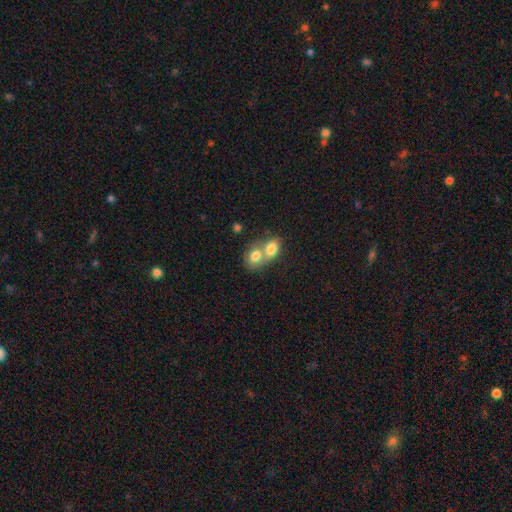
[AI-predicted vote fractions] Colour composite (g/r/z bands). It shows a smooth galaxy with no disk features (76%) that is in between round and cigar-shaped (61%). Merging: merger (73%).